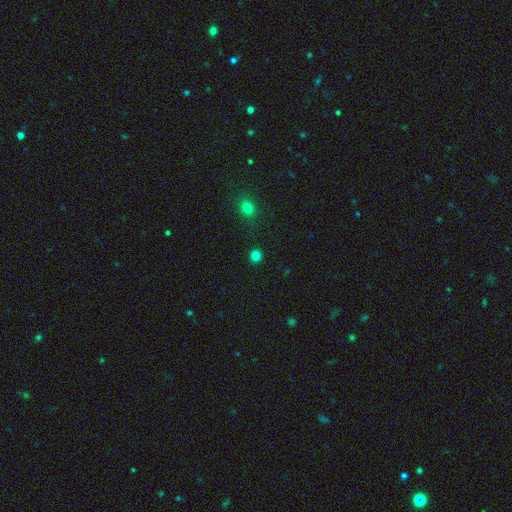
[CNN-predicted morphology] Smooth or featured? smooth (81%)
How rounded? round (93%)
Merging? none (92%)